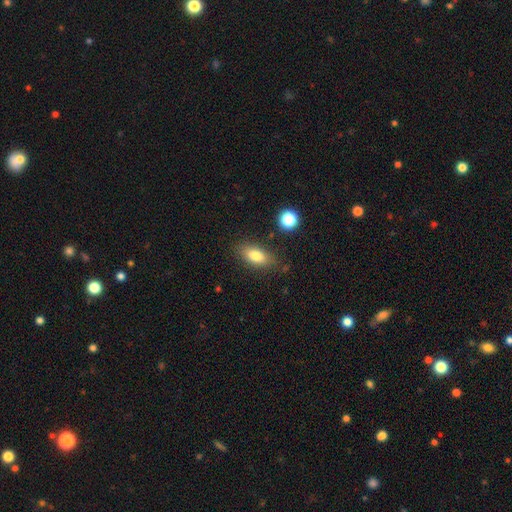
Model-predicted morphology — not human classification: smooth_or_featured: smooth (p=0.80) [alt: featured or disk p=0.12]
how_rounded: in between (p=0.84) [alt: cigar-shaped p=0.11]
merging: none (p=0.81) [alt: minor disturbance p=0.13]